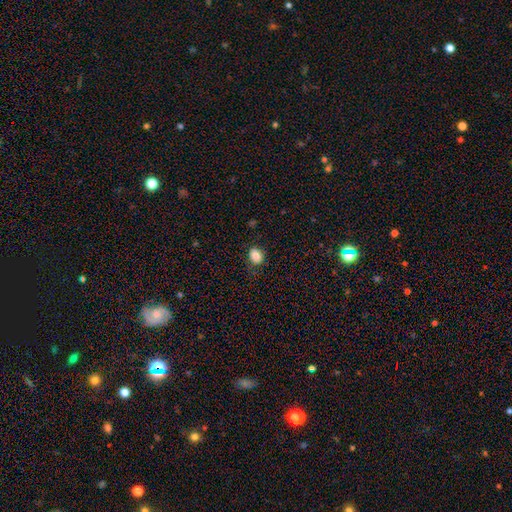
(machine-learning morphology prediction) A smooth galaxy with no disk features (83%) that is in between round and cigar-shaped (59%).

Vote fractions:
- Smooth or featured? smooth: 83% / star or artifact: 9% / featured or disk: 7%
- How rounded? in between: 59% / round: 40% / cigar-shaped: 1%
- Merging? none: 75% / minor disturbance: 18% / major disturbance: 6% / merger: 1%